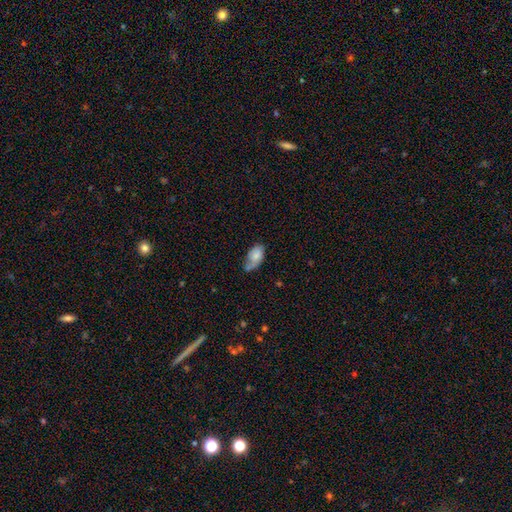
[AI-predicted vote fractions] The model was most divided on "merging": none: 43%, minor disturbance: 37%, major disturbance: 13%, merger: 8%. More confident: how rounded — in between (93%); smooth or featured — smooth (71%).